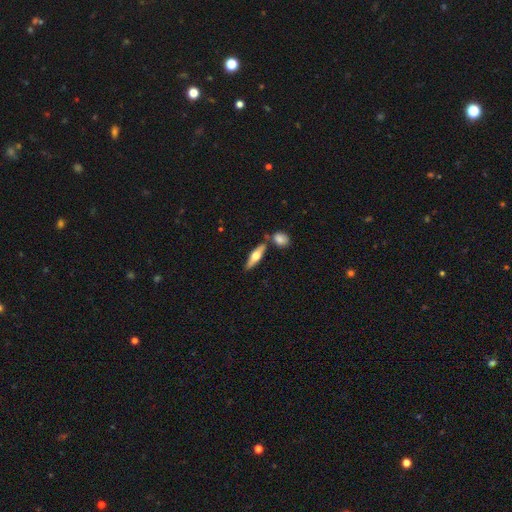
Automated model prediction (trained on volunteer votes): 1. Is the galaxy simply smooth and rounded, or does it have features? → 49% smooth, 46% featured or disk, 6% star or artifact.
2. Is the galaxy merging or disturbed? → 74% none, 13% merger, 10% minor disturbance, 3% major disturbance.